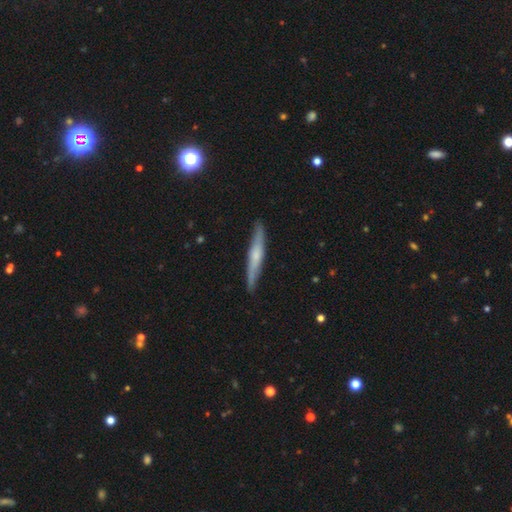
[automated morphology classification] This is possibly a featured or disk galaxy (52%). It is clearly viewed edge-on (91%). Merging: clearly none (87%).